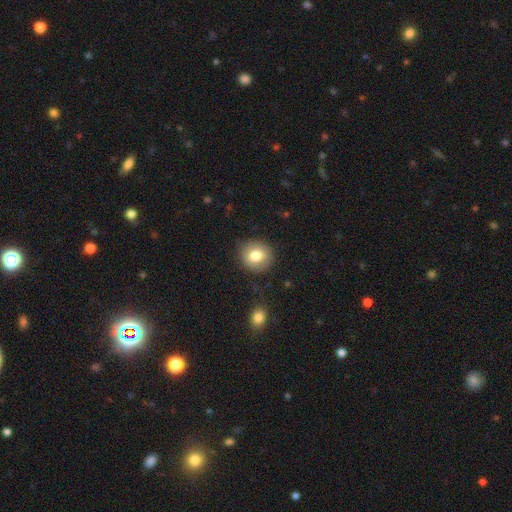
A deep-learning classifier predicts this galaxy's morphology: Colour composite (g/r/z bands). It shows a smooth galaxy with no disk features (79%) that is round (86%). Merging: none (84%).